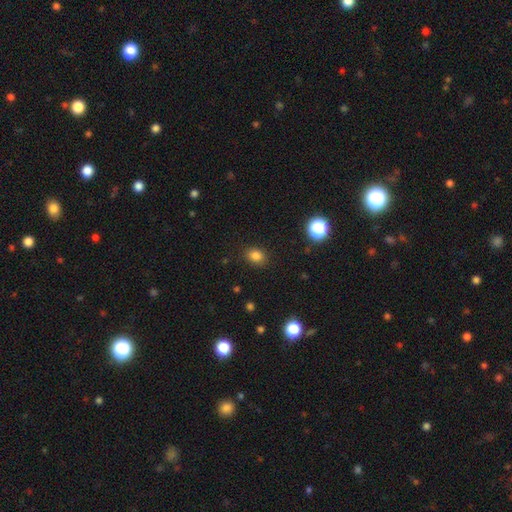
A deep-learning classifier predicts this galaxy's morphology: The model was most divided on "how rounded": round: 54%, in between: 45%, cigar-shaped: 1%. More confident: merging — none (87%); smooth or featured — smooth (82%).